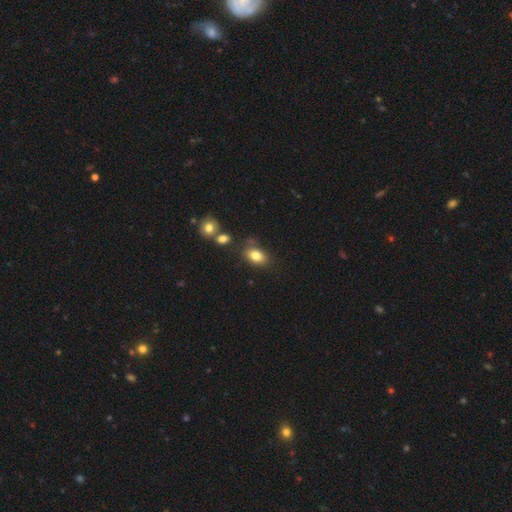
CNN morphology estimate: Q: Smooth or featured?
A: smooth (81%); runner-up: star or artifact (9%)
Q: How rounded?
A: in between (84%); runner-up: round (15%)
Q: Merging?
A: none (69%); runner-up: minor disturbance (18%)